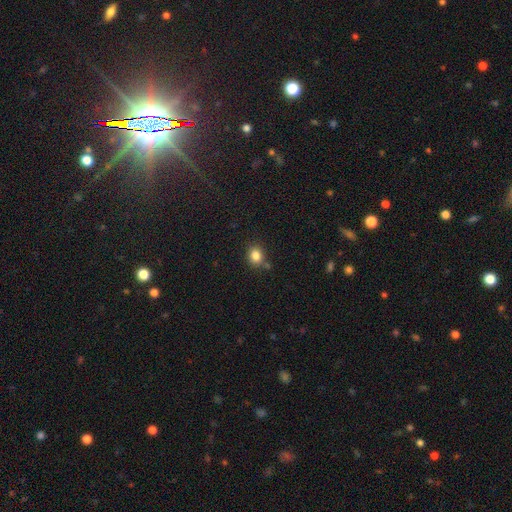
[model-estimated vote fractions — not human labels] smooth-or-featured: smooth: 83% | star or artifact: 11% | featured or disk: 6%
  how-rounded: round: 63% | in between: 36% | cigar-shaped: 1%
  merging: none: 76% | minor disturbance: 13% | merger: 7% | major disturbance: 3%